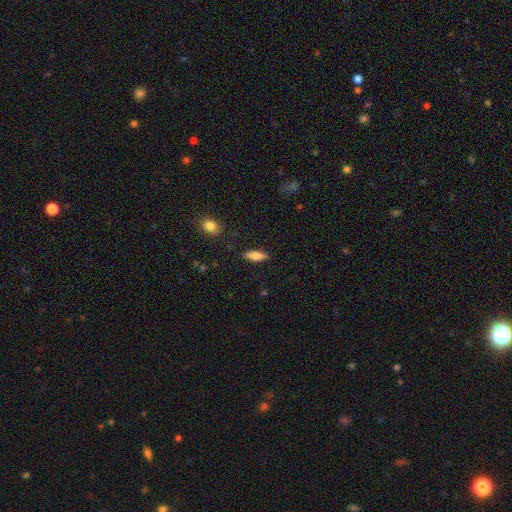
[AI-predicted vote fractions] Smooth or featured?
  - smooth: 72% *
  - featured or disk: 21%
  - star or artifact: 6%
How rounded?
  - in between: 57% *
  - cigar-shaped: 41%
  - round: 2%
Merging?
  - none: 87% *
  - minor disturbance: 9%
  - major disturbance: 2%
  - merger: 2%